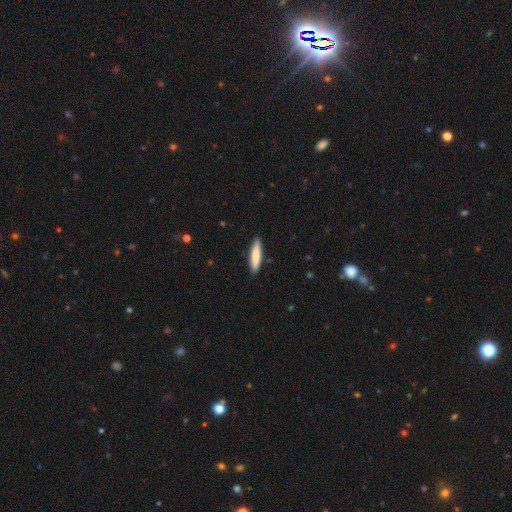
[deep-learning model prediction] A smooth galaxy with no disk features (83%) that is cigar-shaped (79%). Merging: none (89%).